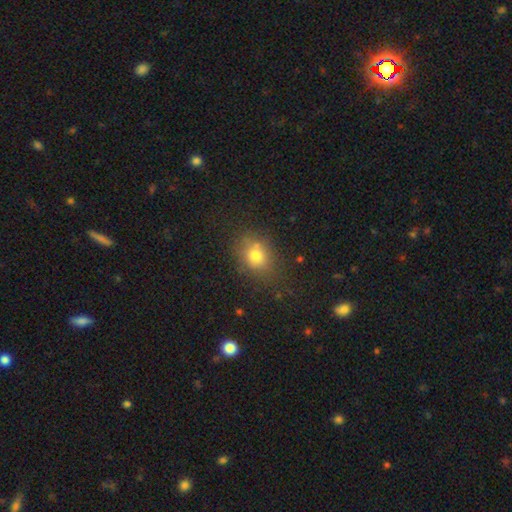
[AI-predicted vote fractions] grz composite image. It shows a smooth galaxy with no disk features (75%) that is round (50%). Merging: none (70%).